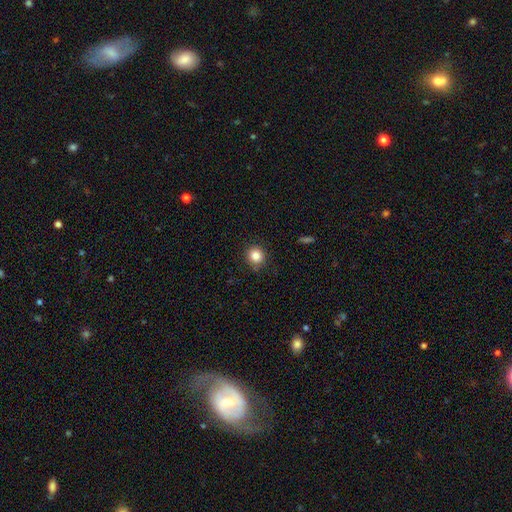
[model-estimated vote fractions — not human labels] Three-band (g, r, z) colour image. It shows a smooth galaxy with no disk features (84%) that is round (91%). Merging: none (88%).